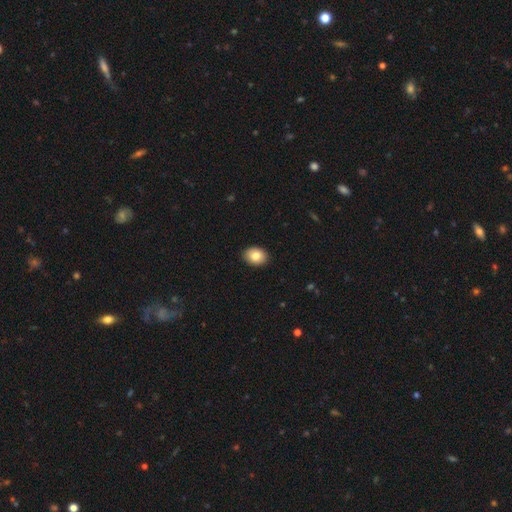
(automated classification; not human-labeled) This appears to be a smooth galaxy with no disk features (83%) that is in between round and cigar-shaped (68%). Merging: none (90%).